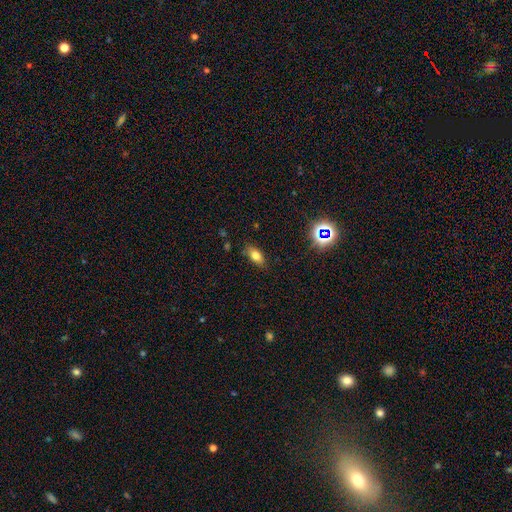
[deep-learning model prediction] This appears to be a smooth galaxy with no disk features (72%) that is in between round and cigar-shaped (83%). Merging: none (82%).